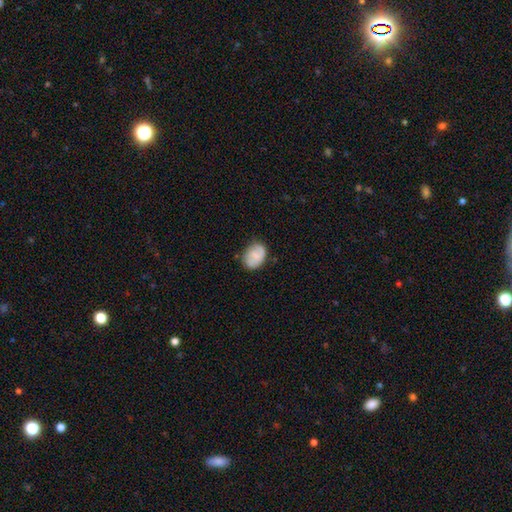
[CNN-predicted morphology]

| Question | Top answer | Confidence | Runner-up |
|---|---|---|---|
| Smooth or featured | smooth | 69% | featured or disk (23%) |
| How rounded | in between | 71% | round (28%) |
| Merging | none | 70% | minor disturbance (22%) |